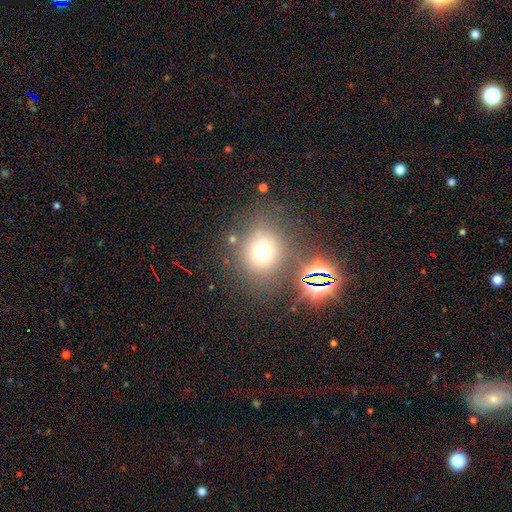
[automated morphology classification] Smooth or featured?
  - smooth: 66% *
  - star or artifact: 22%
  - featured or disk: 12%
How rounded?
  - round: 81% *
  - in between: 18%
  - cigar-shaped: 1%
Merging?
  - none: 73% *
  - minor disturbance: 12%
  - merger: 8%
  - major disturbance: 7%